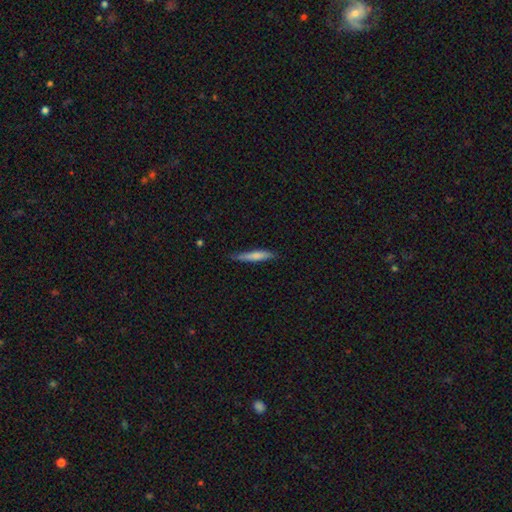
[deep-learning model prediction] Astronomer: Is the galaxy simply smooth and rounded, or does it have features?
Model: smooth — 72%.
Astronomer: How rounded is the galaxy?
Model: cigar-shaped — 90%.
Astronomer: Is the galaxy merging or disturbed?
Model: none — 77%.